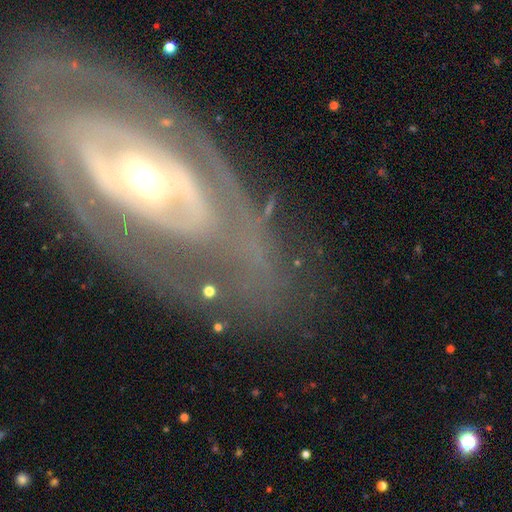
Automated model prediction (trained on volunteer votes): A featured or disk galaxy (79%) with no bar (41%), spiral arms (62%) and a moderate central bulge (63%). Merging: none (62%).